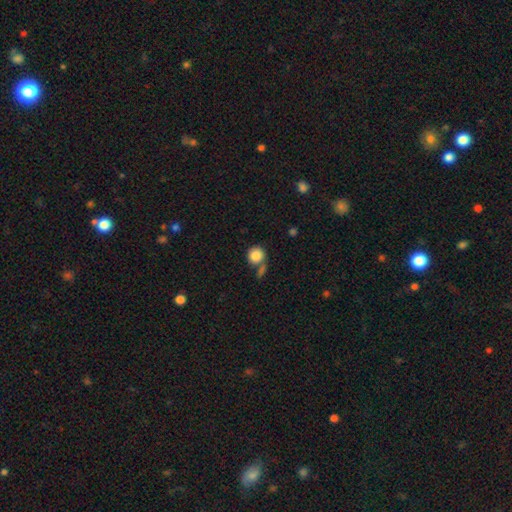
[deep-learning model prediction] Q: Smooth or featured?
A: smooth (84%); runner-up: star or artifact (9%)
Q: How rounded?
A: round (90%); runner-up: in between (9%)
Q: Merging?
A: none (61%); runner-up: merger (22%)